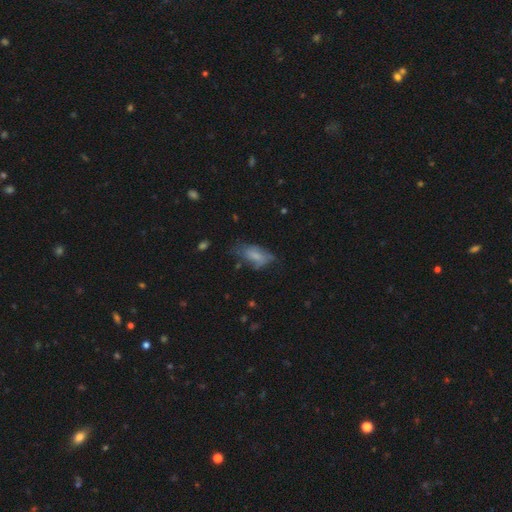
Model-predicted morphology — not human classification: Smooth or featured? Predicted: smooth (p=0.65). How rounded? Predicted: in between (p=0.89). Merging? Predicted: none (p=0.40).